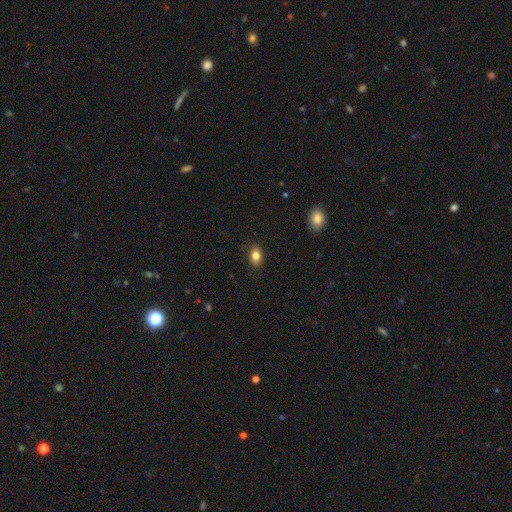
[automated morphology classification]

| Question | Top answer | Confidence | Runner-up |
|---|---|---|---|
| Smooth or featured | smooth | 83% | star or artifact (10%) |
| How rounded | in between | 79% | round (20%) |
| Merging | none | 87% | minor disturbance (10%) |